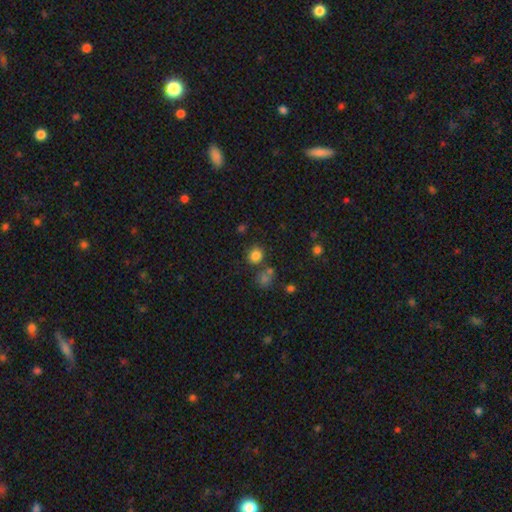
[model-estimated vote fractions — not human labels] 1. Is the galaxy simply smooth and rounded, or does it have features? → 81% smooth, 13% star or artifact, 6% featured or disk.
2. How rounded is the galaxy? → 79% round, 20% in between, 1% cigar-shaped.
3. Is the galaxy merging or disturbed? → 73% none, 12% merger, 11% minor disturbance, 4% major disturbance.